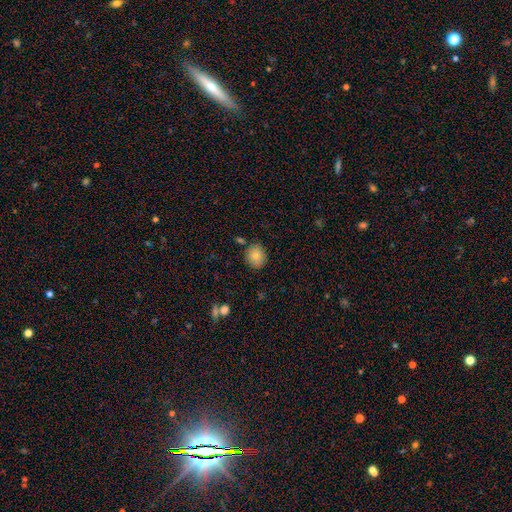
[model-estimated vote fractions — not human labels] Q: Smooth or featured?
A: smooth (81%); runner-up: featured or disk (10%)
Q: How rounded?
A: round (72%); runner-up: in between (27%)
Q: Merging?
A: none (81%); runner-up: minor disturbance (12%)